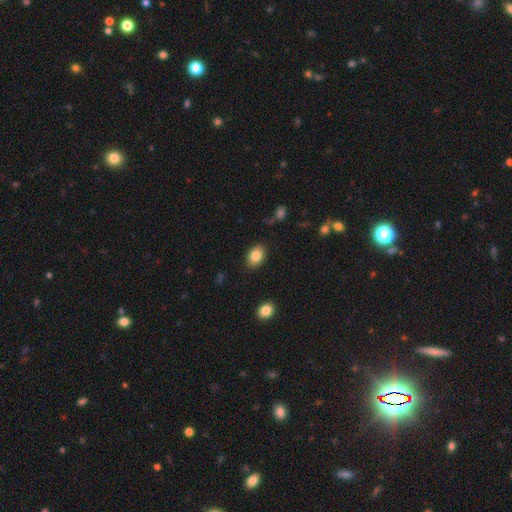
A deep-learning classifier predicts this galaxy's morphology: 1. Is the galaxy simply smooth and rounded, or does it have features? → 84% smooth, 8% star or artifact, 8% featured or disk.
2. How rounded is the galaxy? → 81% in between, 18% round, 1% cigar-shaped.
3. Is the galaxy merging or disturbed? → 86% none, 10% minor disturbance, 3% major disturbance, 1% merger.